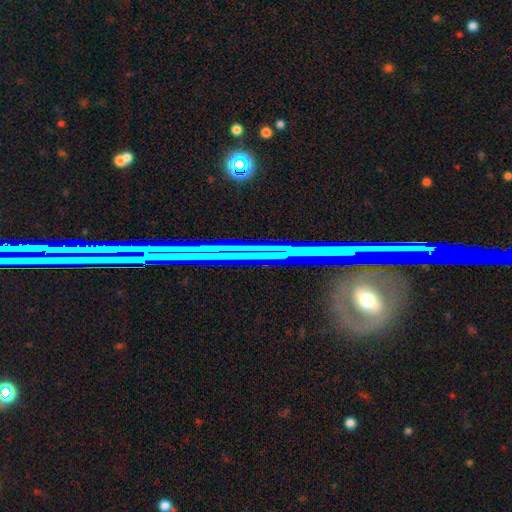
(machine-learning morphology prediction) A star or artifact, not a galaxy (51%).

Vote fractions:
- Smooth or featured? star or artifact: 51% / featured or disk: 34% / smooth: 15%